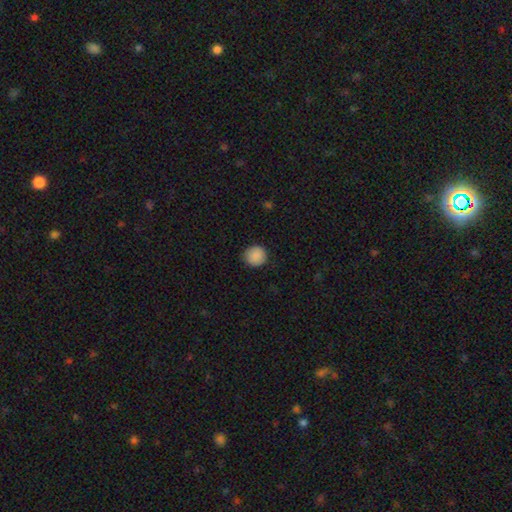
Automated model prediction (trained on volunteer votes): Smooth or featured? Predicted: smooth (p=0.89). How rounded? Predicted: round (p=0.90). Merging? Predicted: none (p=0.88).